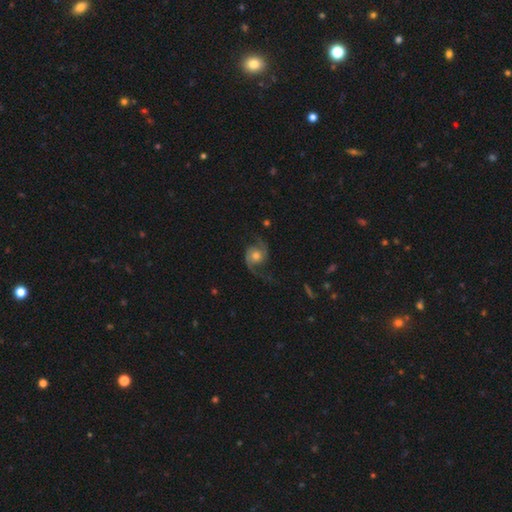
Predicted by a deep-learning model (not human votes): smooth_or_featured: featured or disk (p=0.85) [alt: smooth p=0.10]
disk_edge_on: no (p=0.97) [alt: yes p=0.03]
bar: no (p=0.73) [alt: weak p=0.22]
has_spiral_arms: yes (p=0.97) [alt: no p=0.03]
spiral_winding: loose (p=0.53) [alt: medium p=0.37]
spiral_arm_count: 2 (p=0.93) [alt: can't tell p=0.02]
bulge_size: moderate (p=0.65) [alt: small p=0.18]
merging: none (p=0.69) [alt: minor disturbance p=0.16]